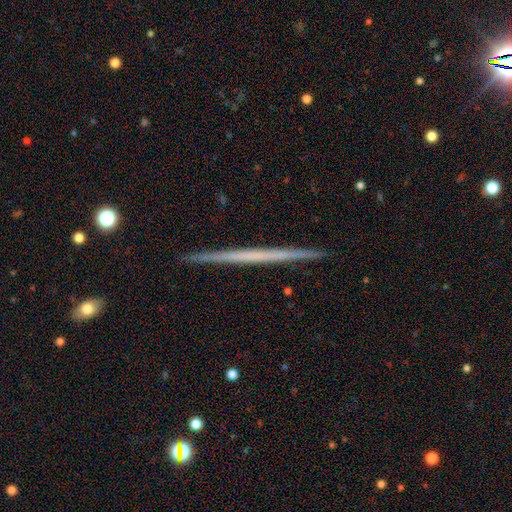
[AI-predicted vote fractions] featured or disk 61%, smooth 33%, star or artifact 6%. Down the decision tree: edge-on disk — yes (98%); edge-on bulge — none (93%); merging — none (92%).